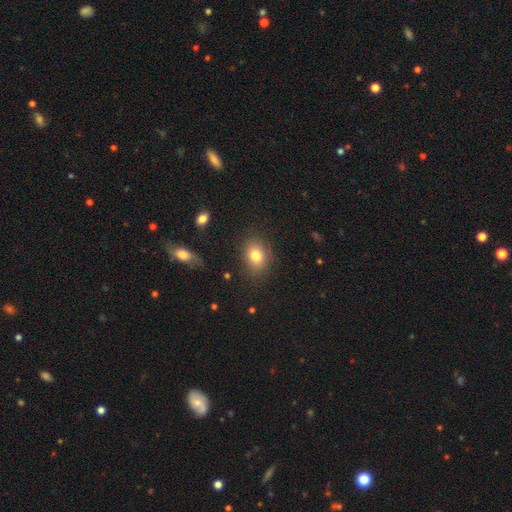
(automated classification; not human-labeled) This is likely a smooth galaxy (80%). How rounded: likely in between (61%). Merging: clearly none (82%).